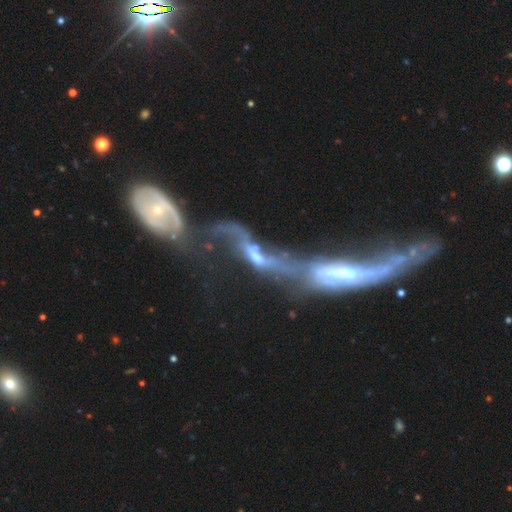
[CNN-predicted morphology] type=featured or disk (60%); edge-on=no (78%); merging=merger (71%).